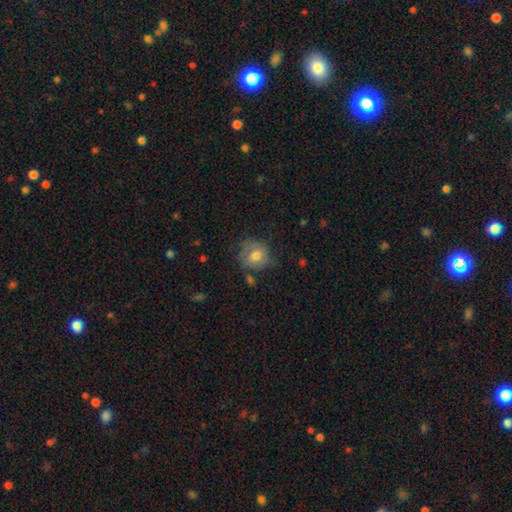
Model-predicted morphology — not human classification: smooth-or-featured: smooth: 69% | featured or disk: 23% | star or artifact: 8%
  how-rounded: round: 76% | in between: 23% | cigar-shaped: 1%
  merging: none: 57% | minor disturbance: 27% | major disturbance: 12% | merger: 5%